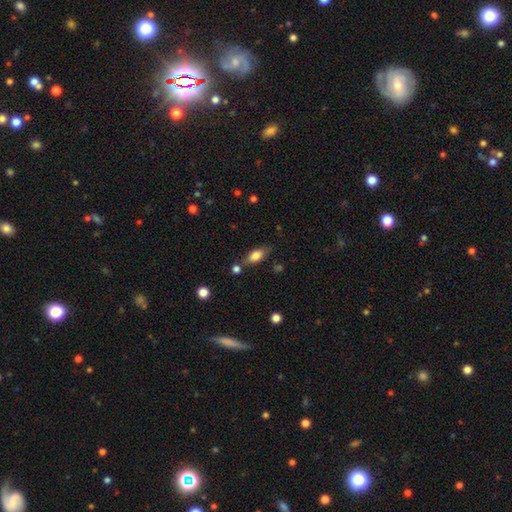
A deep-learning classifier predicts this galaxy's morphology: Overall: smooth (79%). How rounded: in between (86%). Merging: none (70%).